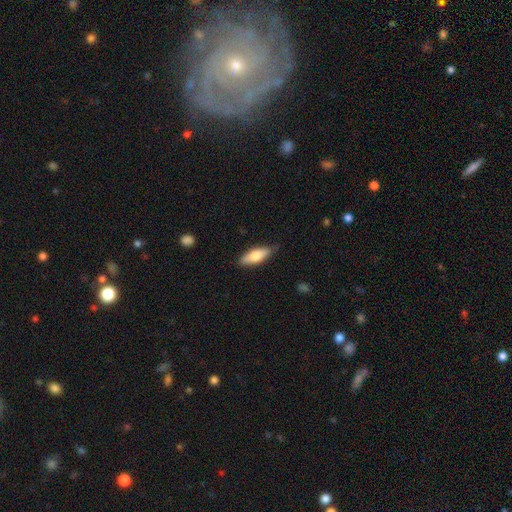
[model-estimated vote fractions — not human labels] smooth_or_featured: smooth (p=0.72) [alt: featured or disk p=0.23]
how_rounded: in between (p=0.64) [alt: cigar-shaped p=0.34]
merging: none (p=0.81) [alt: minor disturbance p=0.16]